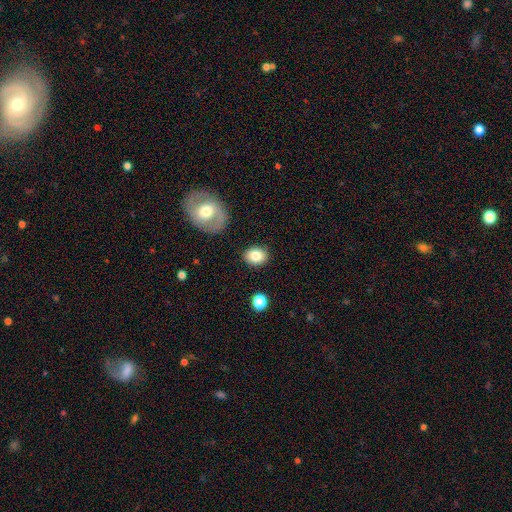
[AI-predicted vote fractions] Q: Smooth or featured?
A: smooth (82%); runner-up: featured or disk (10%)
Q: How rounded?
A: in between (53%); runner-up: round (46%)
Q: Merging?
A: none (85%); runner-up: minor disturbance (10%)